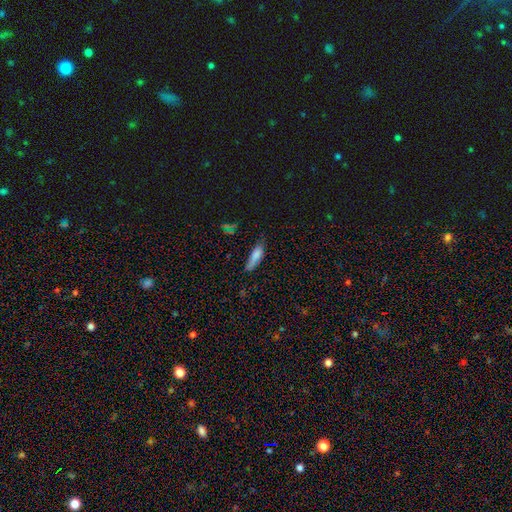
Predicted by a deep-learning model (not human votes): A smooth galaxy with no disk features (79%) that is in between round and cigar-shaped (50%). Merging: none (60%).